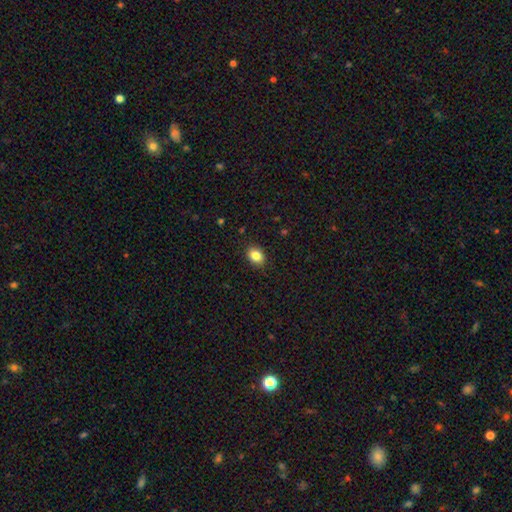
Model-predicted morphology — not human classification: A smooth galaxy with no disk features (86%) that is in between round and cigar-shaped (64%). Merging: none (88%).